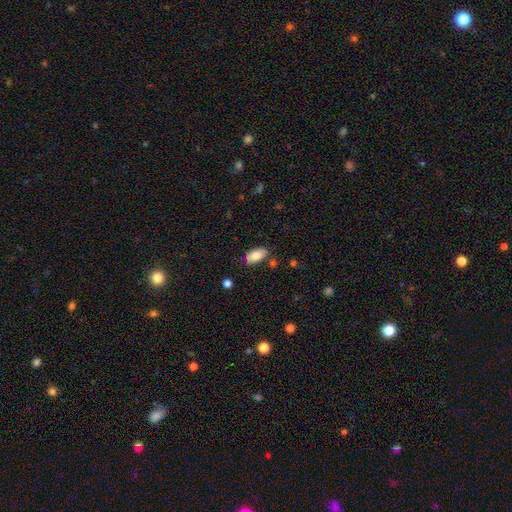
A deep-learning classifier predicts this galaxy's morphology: A smooth galaxy with no disk features (82%) that is in between round and cigar-shaped (93%). Merging: none (79%).